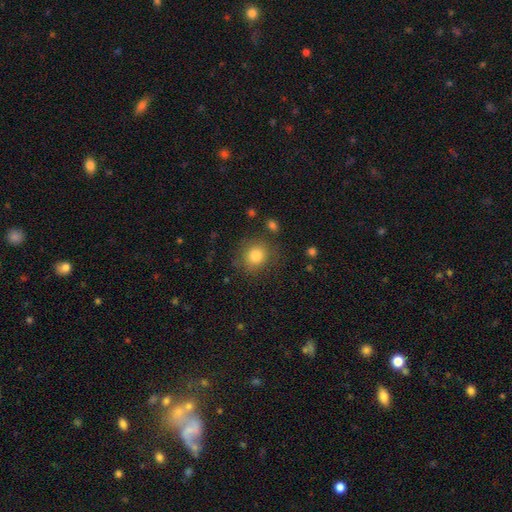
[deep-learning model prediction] smooth-or-featured: smooth: 82% | star or artifact: 10% | featured or disk: 8%
  how-rounded: round: 80% | in between: 19% | cigar-shaped: 1%
  merging: none: 79% | minor disturbance: 13% | major disturbance: 5% | merger: 3%